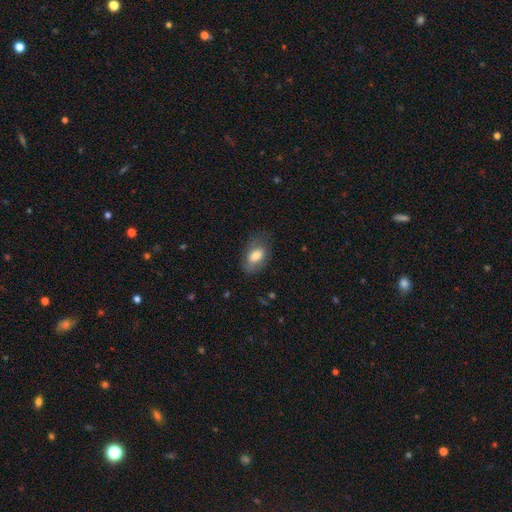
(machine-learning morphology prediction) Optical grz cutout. It shows a smooth galaxy with no disk features (73%) that is in between round and cigar-shaped (90%). Merging: none (70%).